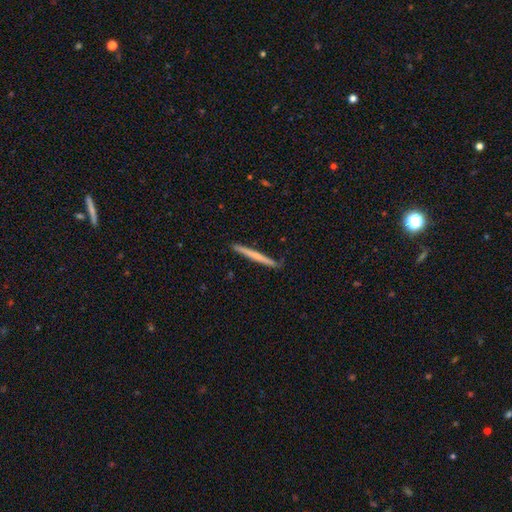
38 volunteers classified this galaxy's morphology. type=smooth (55%); roundness=cigar-shaped (86%); merging=none (92%).